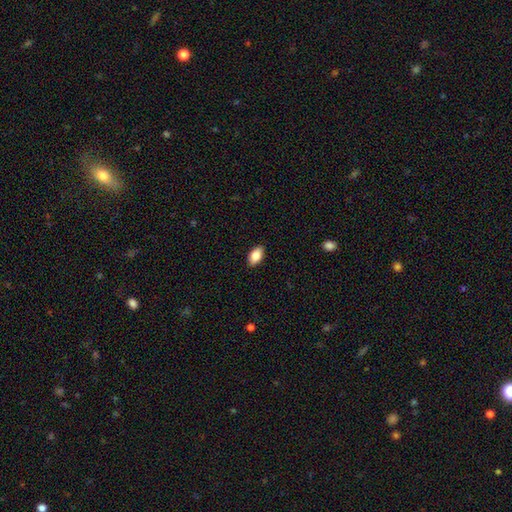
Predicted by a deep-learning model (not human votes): Q: Smooth or featured?
A: smooth (85%); runner-up: featured or disk (8%)
Q: How rounded?
A: in between (93%); runner-up: round (5%)
Q: Merging?
A: none (89%); runner-up: minor disturbance (8%)